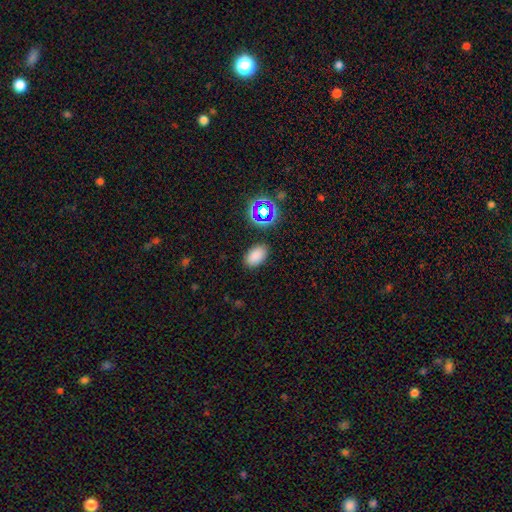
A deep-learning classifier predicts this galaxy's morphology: smooth_or_featured: smooth (p=0.80) [alt: star or artifact p=0.14]
how_rounded: in between (p=0.89) [alt: round p=0.10]
merging: none (p=0.85) [alt: minor disturbance p=0.10]